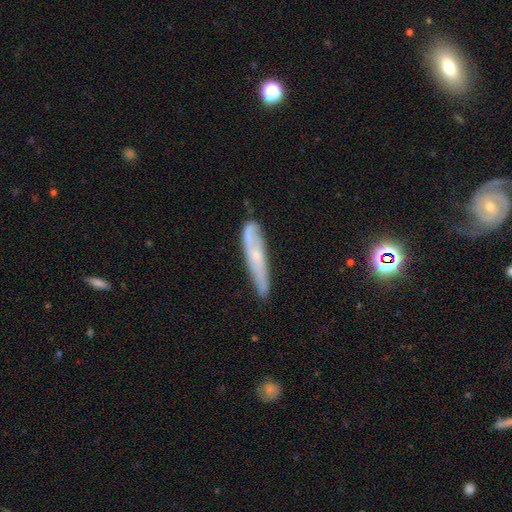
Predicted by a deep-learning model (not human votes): smooth_or_featured: featured or disk (p=0.54) [alt: smooth p=0.36]
disk_edge_on: yes (p=0.51) [alt: no p=0.49]
merging: none (p=0.63) [alt: minor disturbance p=0.26]